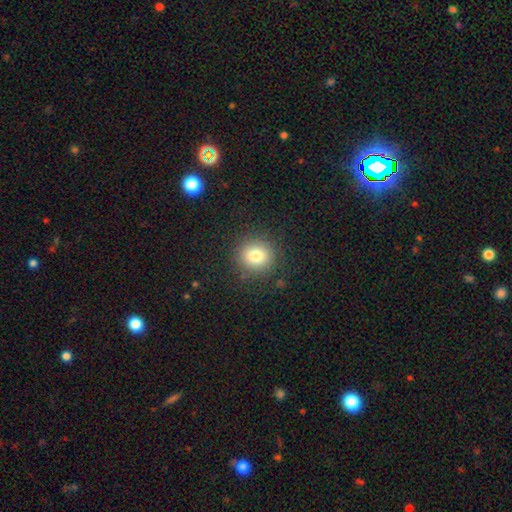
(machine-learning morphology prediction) A smooth galaxy with no disk features (80%) that is round (90%).

Vote fractions:
- Smooth or featured? smooth: 80% / star or artifact: 12% / featured or disk: 8%
- How rounded? round: 90% / in between: 10% / cigar-shaped: 1%
- Merging? none: 88% / minor disturbance: 7% / major disturbance: 3% / merger: 1%